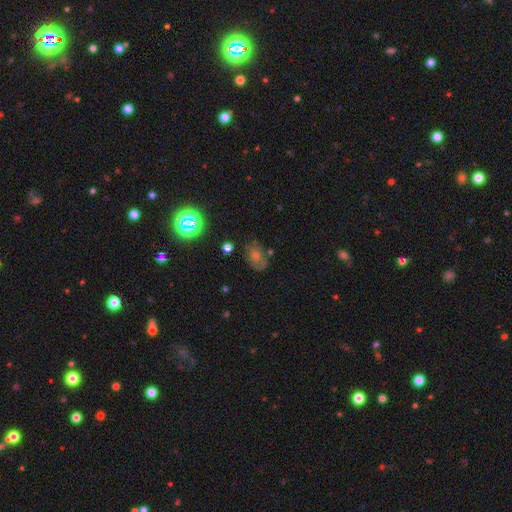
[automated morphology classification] A smooth galaxy with no disk features (37%).

Vote fractions:
- Smooth or featured? smooth: 37% / star or artifact: 34% / featured or disk: 29%
- Merging? none: 68% / minor disturbance: 20% / major disturbance: 8% / merger: 4%